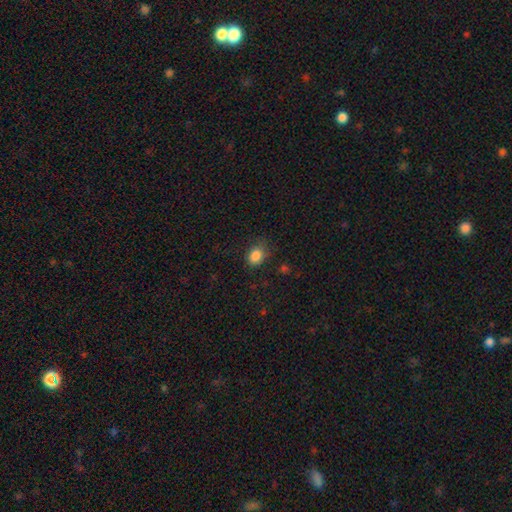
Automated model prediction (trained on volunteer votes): Q: Smooth or featured?
A: smooth (86%); runner-up: star or artifact (10%)
Q: How rounded?
A: in between (60%); runner-up: round (39%)
Q: Merging?
A: none (71%); runner-up: minor disturbance (21%)